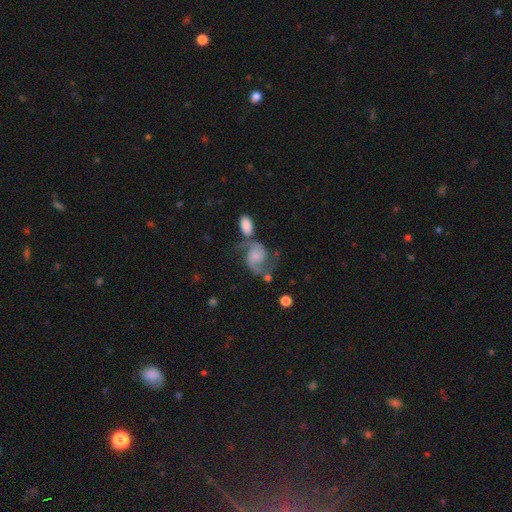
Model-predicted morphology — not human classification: featured or disk 83%, smooth 11%, star or artifact 6%. Down the decision tree: edge-on disk — no (98%); bar — no (67%); spiral arms — yes (97%); spiral arm count — 2 (92%); spiral winding — medium (46%); bulge size — small (43%); merging — none (47%).